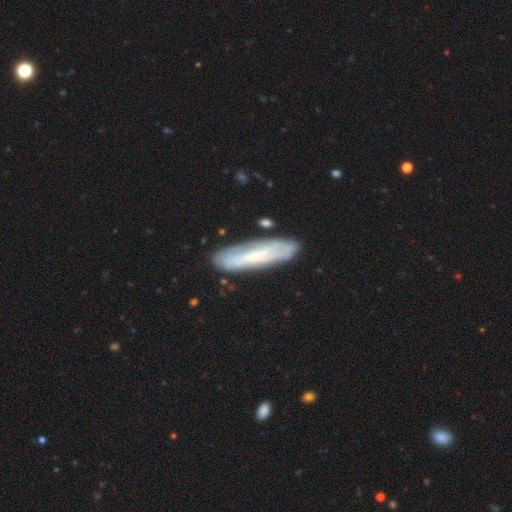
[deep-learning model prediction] Smooth or featured?
  - featured or disk: 50% *
  - smooth: 43%
  - star or artifact: 7%
Merging?
  - none: 79% *
  - minor disturbance: 15%
  - major disturbance: 4%
  - merger: 3%